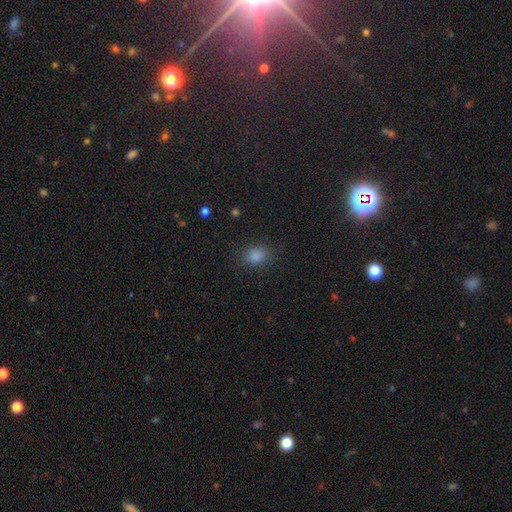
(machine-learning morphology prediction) smooth-or-featured: smooth: 78% | star or artifact: 17% | featured or disk: 4%
  how-rounded: in between: 55% | round: 44% | cigar-shaped: 1%
  merging: none: 84% | minor disturbance: 12% | major disturbance: 4% | merger: 1%